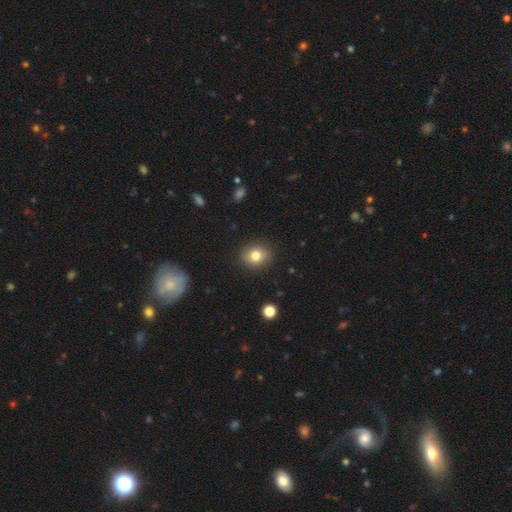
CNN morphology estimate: smooth 81%, star or artifact 10%, featured or disk 8%. Down the decision tree: how rounded — round (65%); merging — none (89%).